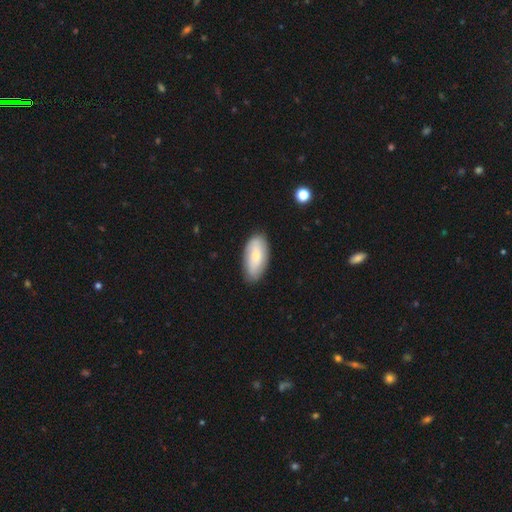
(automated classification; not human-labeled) A smooth galaxy with no disk features (69%) that is in between round and cigar-shaped (90%). Merging: none (84%).